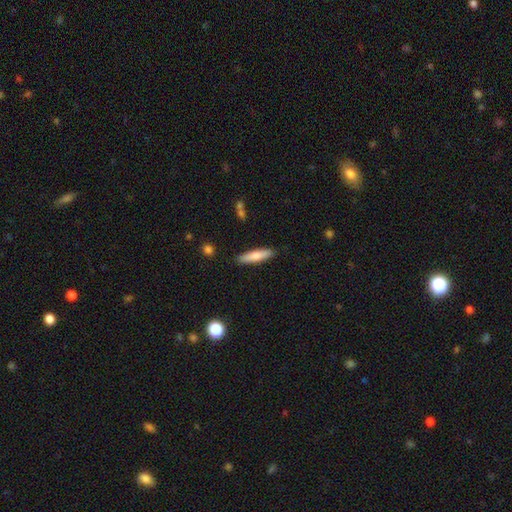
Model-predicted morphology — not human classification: Smooth or featured: smooth — 73% (featured or disk — 21%)
How rounded: cigar-shaped — 81% (in between — 18%)
Merging: none — 89% (minor disturbance — 8%)